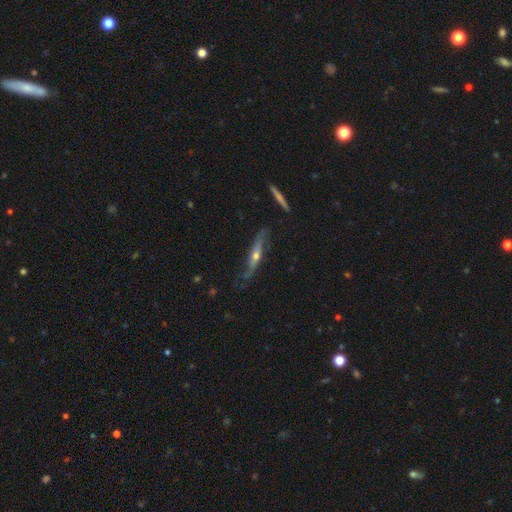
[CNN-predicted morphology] type=featured or disk (72%); edge-on=yes (59%); merging=none (62%).